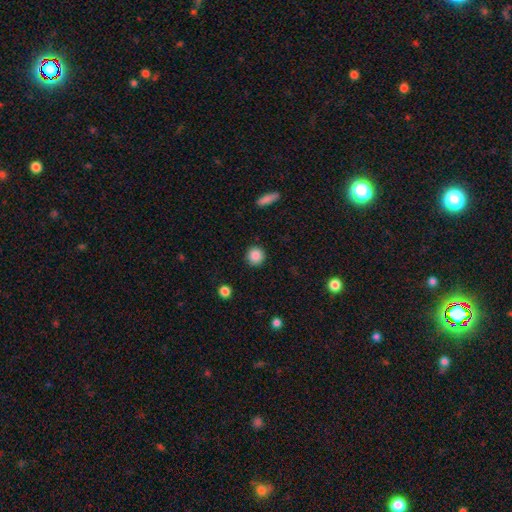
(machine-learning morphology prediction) smooth 88%, star or artifact 9%, featured or disk 3%. Down the decision tree: how rounded — round (93%); merging — none (91%).